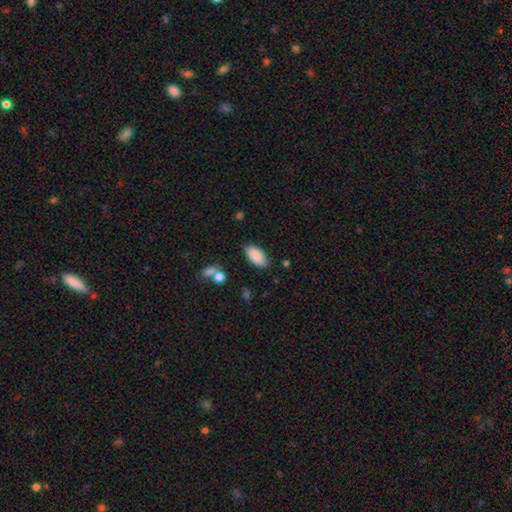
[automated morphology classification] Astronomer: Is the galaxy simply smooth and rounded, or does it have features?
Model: smooth — 89%.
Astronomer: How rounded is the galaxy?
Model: in between — 92%.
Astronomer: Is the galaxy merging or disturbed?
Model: none — 83%.